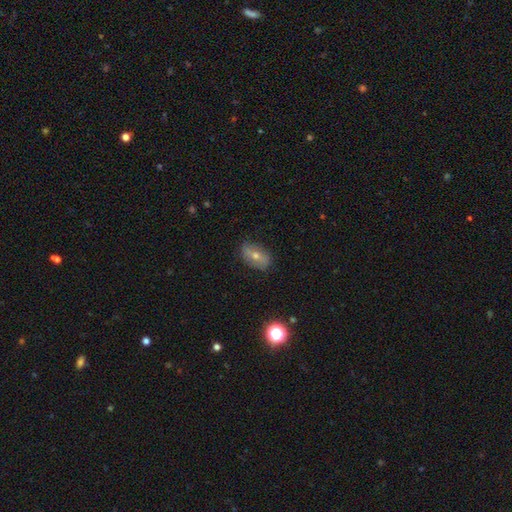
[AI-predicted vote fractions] Overall: smooth (43%, tied with featured or disk). Merging: none (82%).